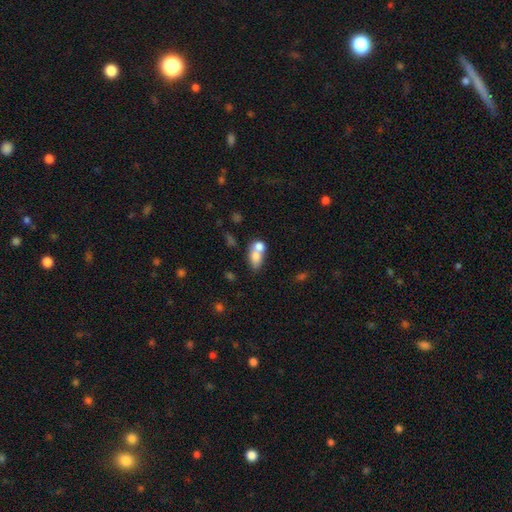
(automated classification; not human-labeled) Smooth or featured: smooth — 72% (featured or disk — 18%)
How rounded: in between — 75% (round — 22%)
Merging: merger — 62% (none — 25%)